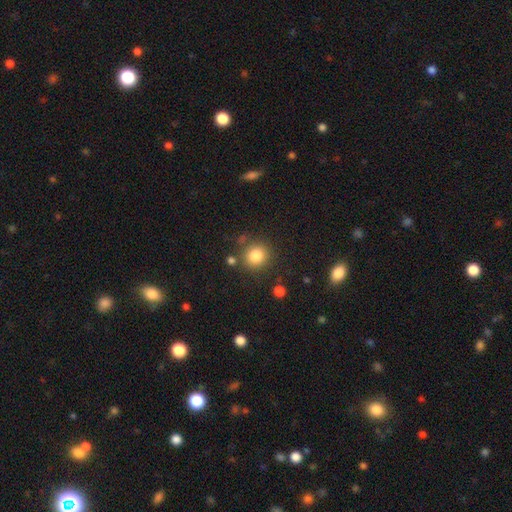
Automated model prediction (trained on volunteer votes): smooth 83%, star or artifact 11%, featured or disk 6%. Down the decision tree: how rounded — round (88%); merging — none (80%).